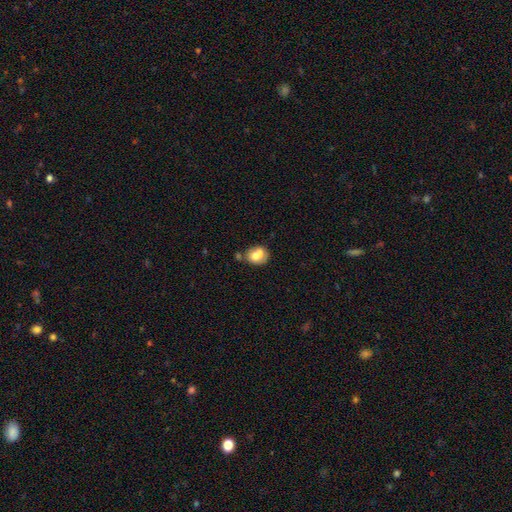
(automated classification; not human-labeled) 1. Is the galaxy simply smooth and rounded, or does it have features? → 69% smooth, 22% featured or disk, 9% star or artifact.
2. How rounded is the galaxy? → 56% round, 43% in between, 1% cigar-shaped.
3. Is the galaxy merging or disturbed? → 41% none, 34% merger, 18% minor disturbance, 7% major disturbance.